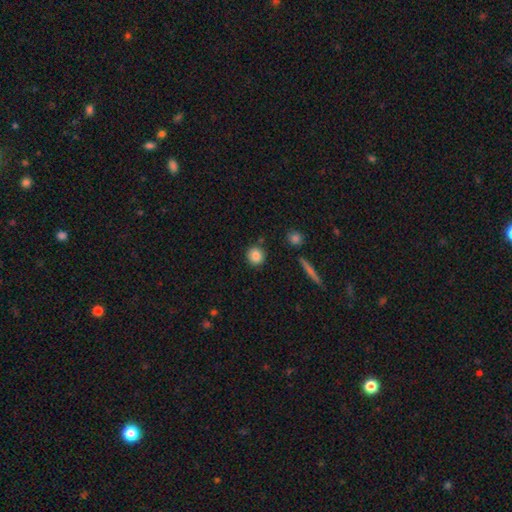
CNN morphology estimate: Smooth or featured? smooth (84%)
How rounded? round (91%)
Merging? none (86%)